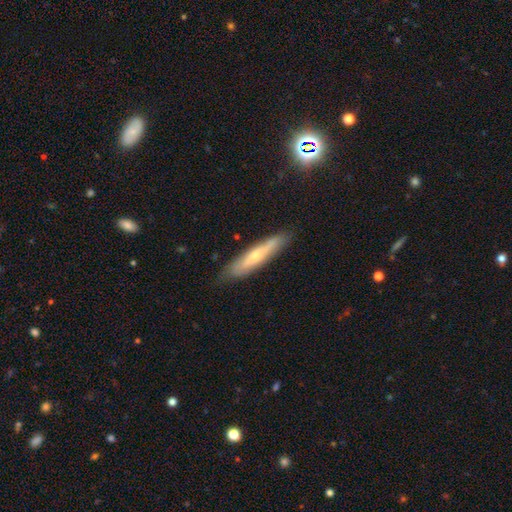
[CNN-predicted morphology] Smooth or featured? featured or disk (49%)
Merging? none (81%)